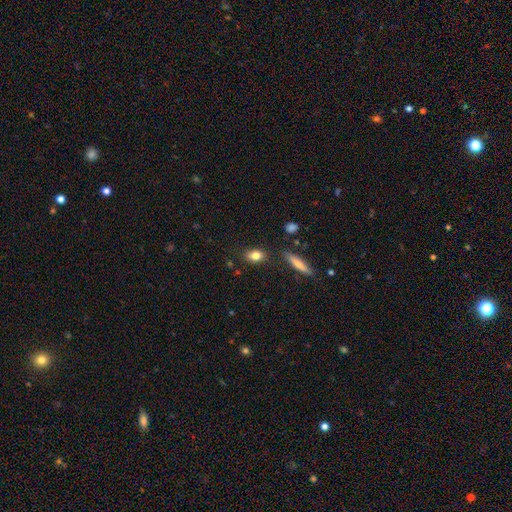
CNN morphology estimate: Smooth or featured? Predicted: smooth (p=0.79). How rounded? Predicted: in between (p=0.76). Merging? Predicted: none (p=0.81).